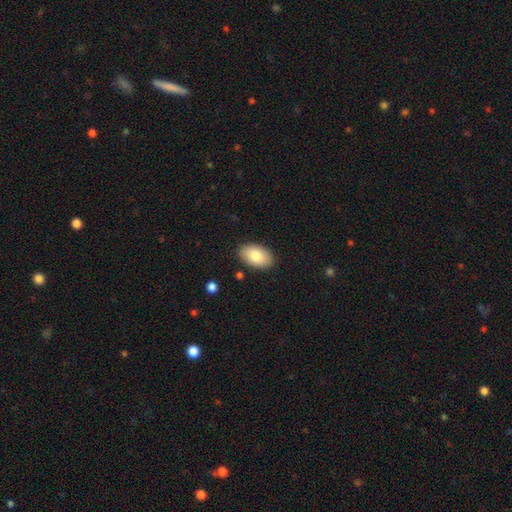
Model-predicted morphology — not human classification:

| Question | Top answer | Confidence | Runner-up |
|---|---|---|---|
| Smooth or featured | smooth | 84% | featured or disk (10%) |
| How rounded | in between | 94% | round (5%) |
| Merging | none | 88% | minor disturbance (9%) |